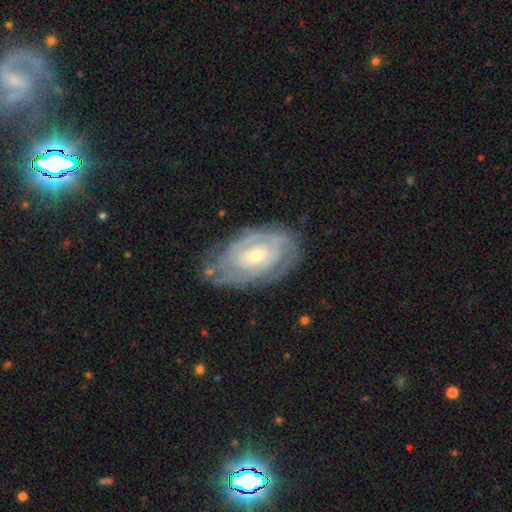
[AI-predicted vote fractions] Morphology: type=featured or disk (84%); edge-on=no (95%); bar=no (62%); spiral arms=yes (91%); winding=tight (72%); arm count=can't tell (38%); bulge=small (53%); merging=none (71%).